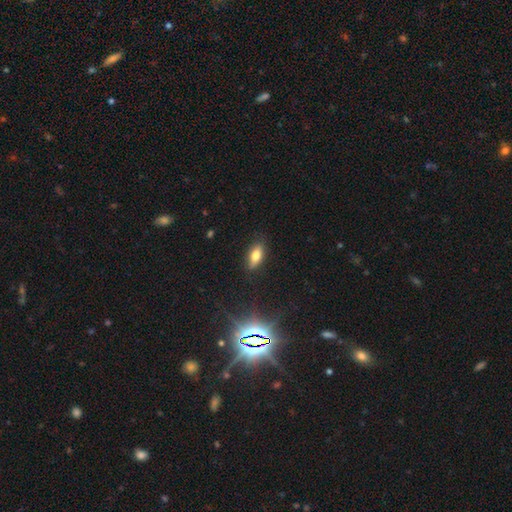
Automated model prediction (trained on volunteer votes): Smooth or featured: smooth — 74% (featured or disk — 15%)
How rounded: in between — 81% (cigar-shaped — 16%)
Merging: none — 86% (minor disturbance — 11%)